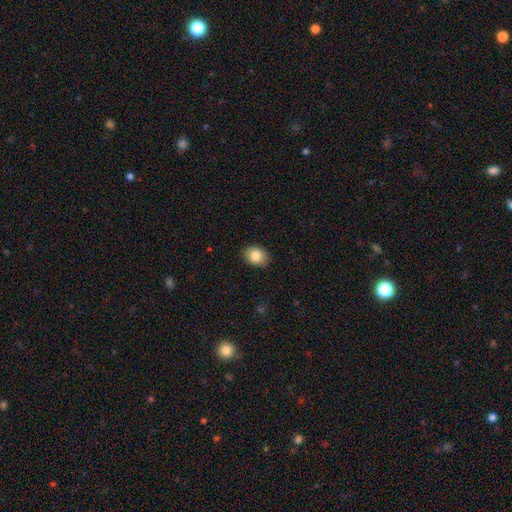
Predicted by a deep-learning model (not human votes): Smooth or featured: smooth — 83% (star or artifact — 8%)
How rounded: in between — 61% (round — 38%)
Merging: none — 87% (minor disturbance — 10%)